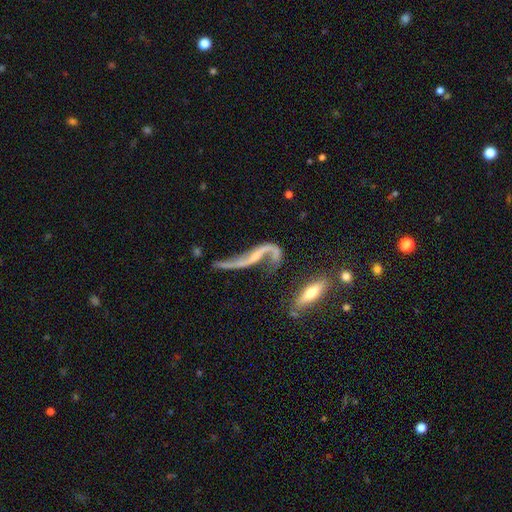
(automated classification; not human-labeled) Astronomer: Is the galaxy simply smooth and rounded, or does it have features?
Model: featured or disk — 82%.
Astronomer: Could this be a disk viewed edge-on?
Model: no — 82%.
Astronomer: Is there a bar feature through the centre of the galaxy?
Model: no — 50% (runner-up: weak, 29%).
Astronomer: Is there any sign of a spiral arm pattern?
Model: yes — 85%.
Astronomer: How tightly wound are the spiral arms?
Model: loose — 92%.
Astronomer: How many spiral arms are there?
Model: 2 — 84%.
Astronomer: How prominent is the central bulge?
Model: small — 55% (runner-up: none, 30%).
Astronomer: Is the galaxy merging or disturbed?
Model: none — 37% (runner-up: major disturbance, 28%).